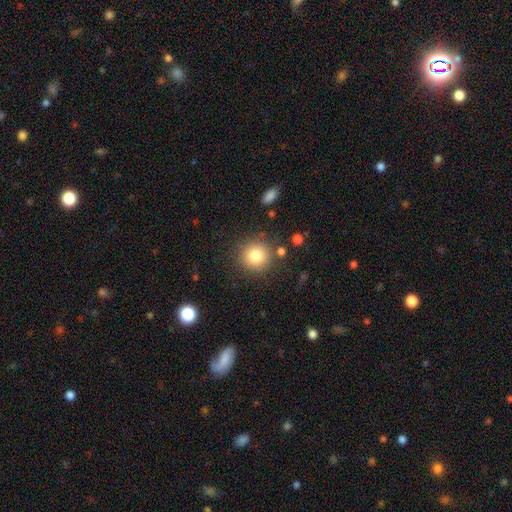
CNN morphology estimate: This is clearly a smooth galaxy (81%). How rounded: clearly round (92%). Merging: clearly none (84%).